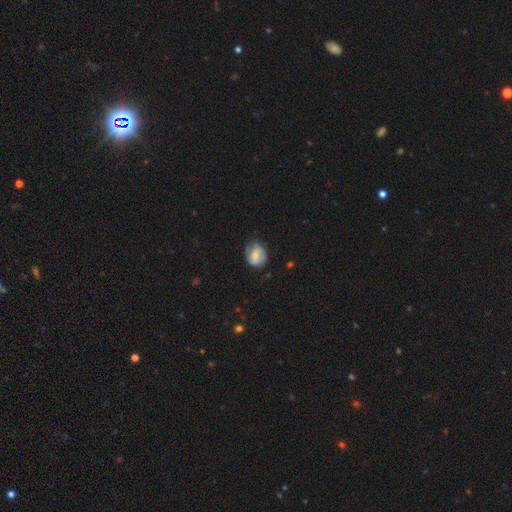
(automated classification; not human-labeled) Smooth or featured?
  - smooth: 63% *
  - featured or disk: 29%
  - star or artifact: 8%
How rounded?
  - round: 60% *
  - in between: 39%
  - cigar-shaped: 1%
Merging?
  - none: 60% *
  - minor disturbance: 29%
  - major disturbance: 9%
  - merger: 2%